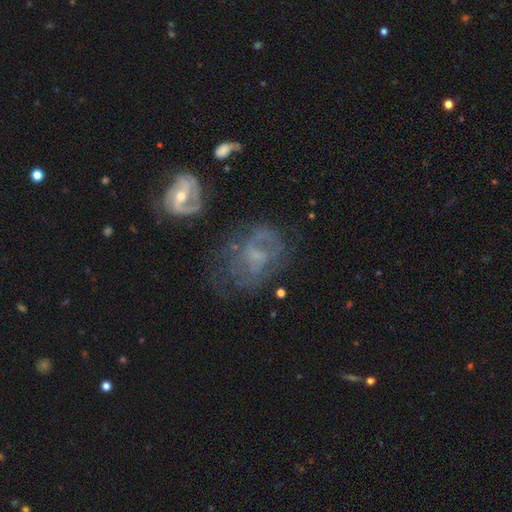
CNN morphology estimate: This is likely a featured or disk galaxy (63%). It is clearly not viewed edge-on (97%). Bar: possibly no (59%). Spiral arm pattern: possibly yes (59%). Central bulge: marginally none (40%). Merging: marginally none (42%).